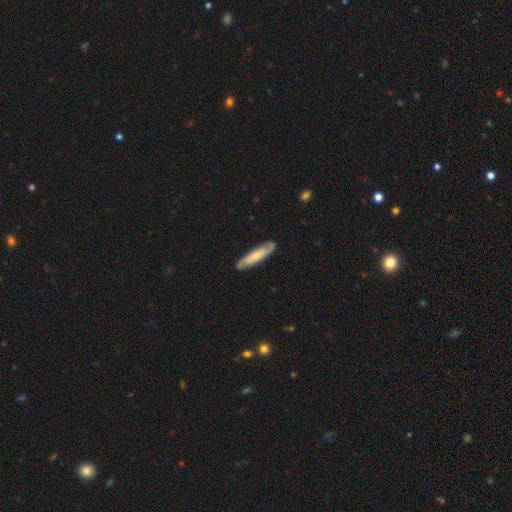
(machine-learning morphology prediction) A smooth galaxy with no disk features (56%) that is cigar-shaped (80%). Merging: none (84%).